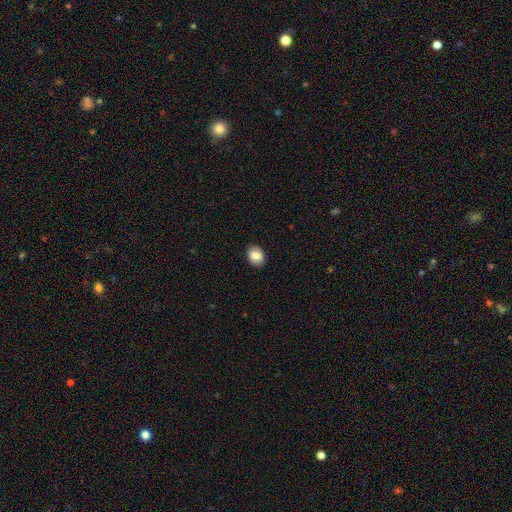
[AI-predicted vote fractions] Smooth or featured? smooth (86%)
How rounded? in between (63%)
Merging? none (90%)